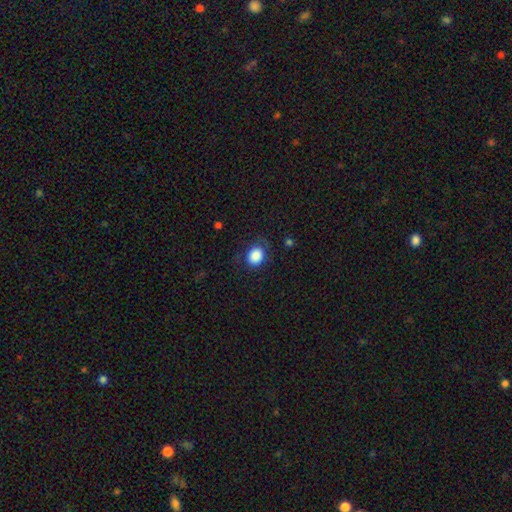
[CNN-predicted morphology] Smooth or featured? Predicted: smooth (p=0.86). How rounded? Predicted: round (p=0.59). Merging? Predicted: none (p=0.77).